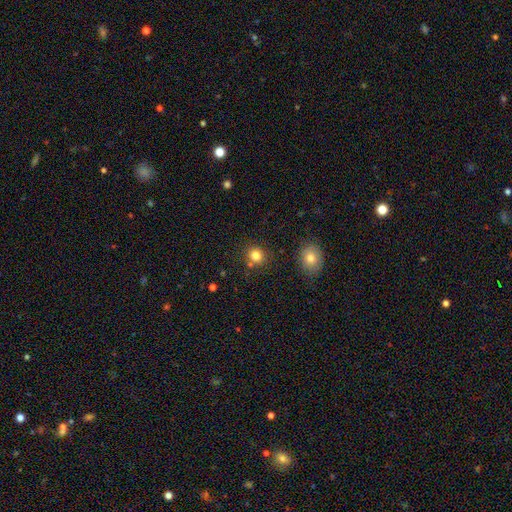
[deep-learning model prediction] Overall: smooth (82%). How rounded: round (82%). Merging: none (79%).